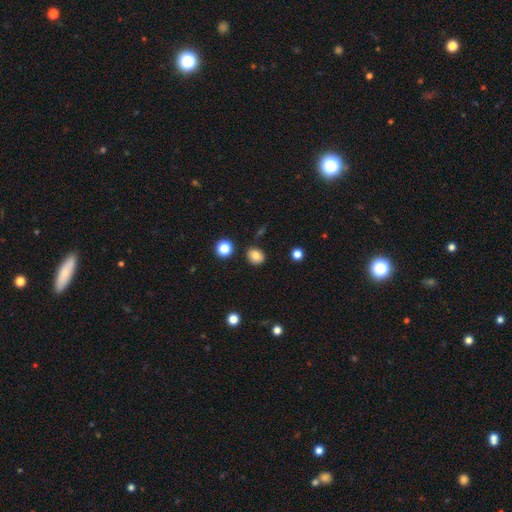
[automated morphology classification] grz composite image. It shows a smooth galaxy with no disk features (83%) that is round (66%). Merging: none (85%).